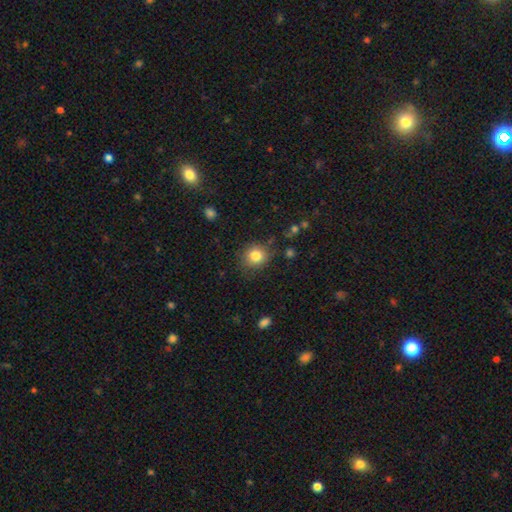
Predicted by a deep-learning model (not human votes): A smooth galaxy with no disk features (82%) that is round (88%). Merging: none (82%).